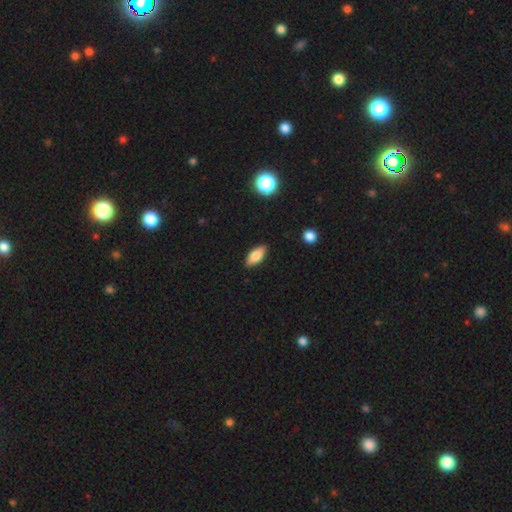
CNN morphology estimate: This appears to be a smooth galaxy with no disk features (80%) that is in between round and cigar-shaped (83%). Merging: none (88%).